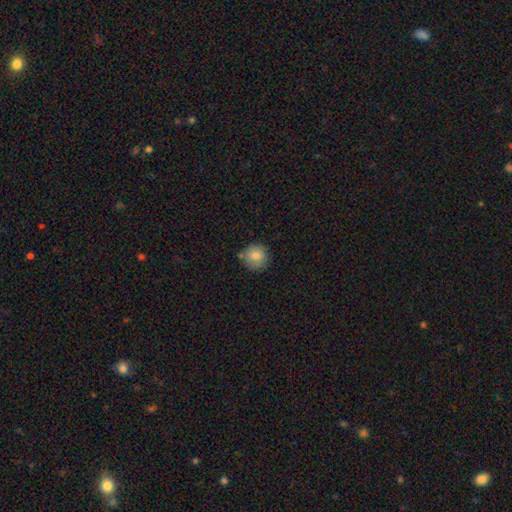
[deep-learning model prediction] smooth 82%, featured or disk 10%, star or artifact 9%. Down the decision tree: how rounded — round (91%); merging — none (76%).